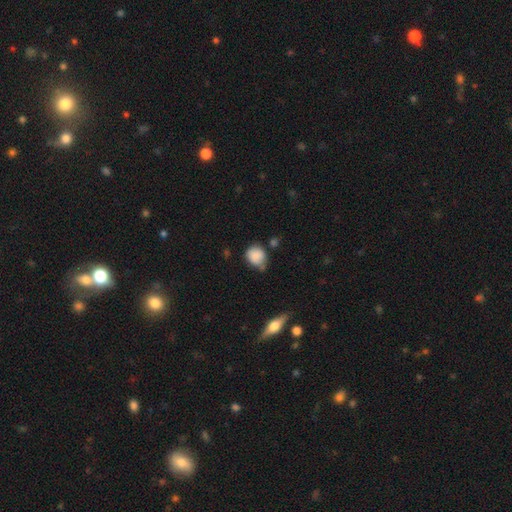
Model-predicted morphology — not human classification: type=smooth (83%); roundness=round (69%); merging=none (48%).